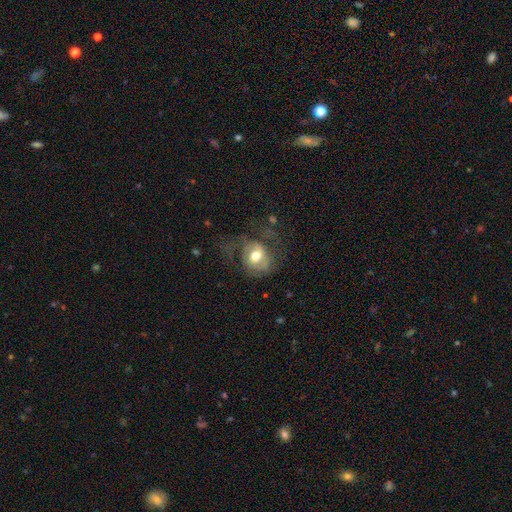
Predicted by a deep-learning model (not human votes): featured or disk 47%, smooth 45%, star or artifact 8%. Down the decision tree: merging — none (41%).